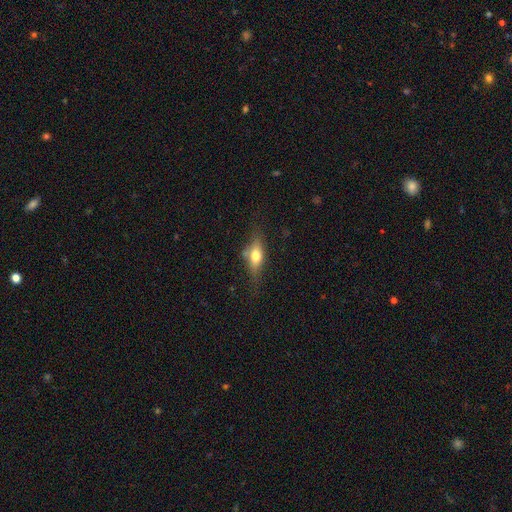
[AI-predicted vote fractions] A smooth galaxy with no disk features (58%) that is in between round and cigar-shaped (68%). Merging: none (65%).